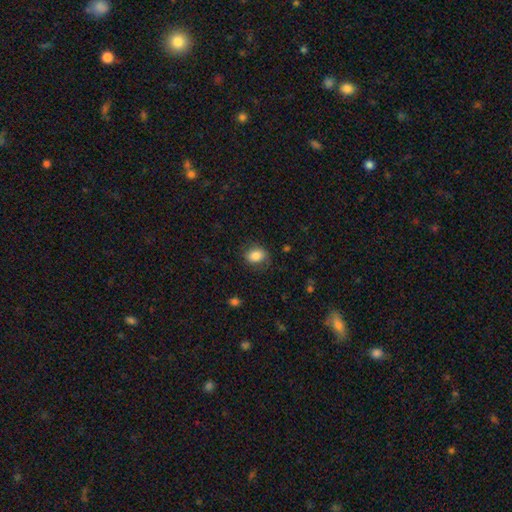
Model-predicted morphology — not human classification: Overall: smooth (83%). How rounded: in between (60%; round 39%). Merging: none (73%).